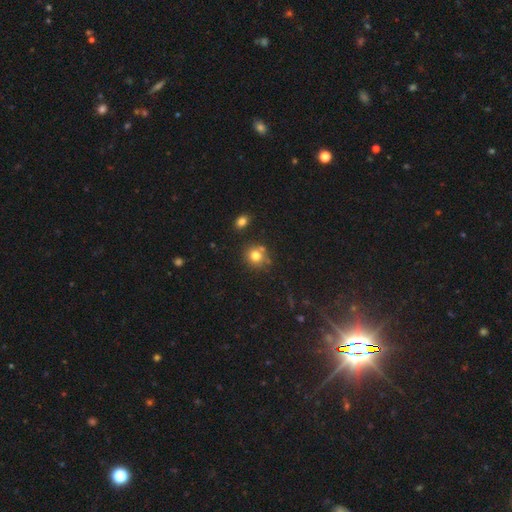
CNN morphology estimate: The model was most divided on "merging": none: 72%, merger: 12%, minor disturbance: 12%, major disturbance: 3%. More confident: how rounded — round (86%); smooth or featured — smooth (78%).